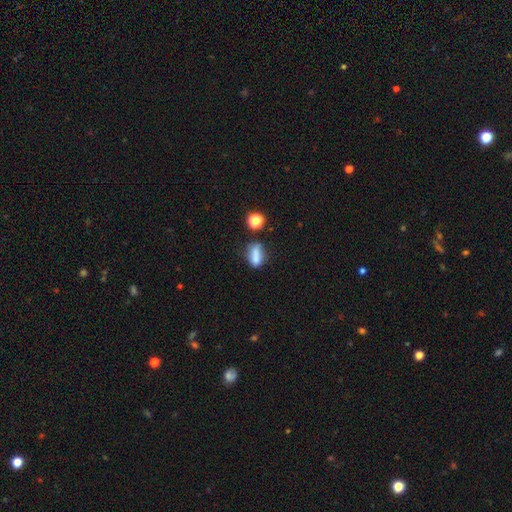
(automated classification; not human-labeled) Q: Smooth or featured?
A: smooth (73%); runner-up: featured or disk (16%)
Q: How rounded?
A: in between (67%); runner-up: cigar-shaped (19%)
Q: Merging?
A: none (52%); runner-up: minor disturbance (22%)